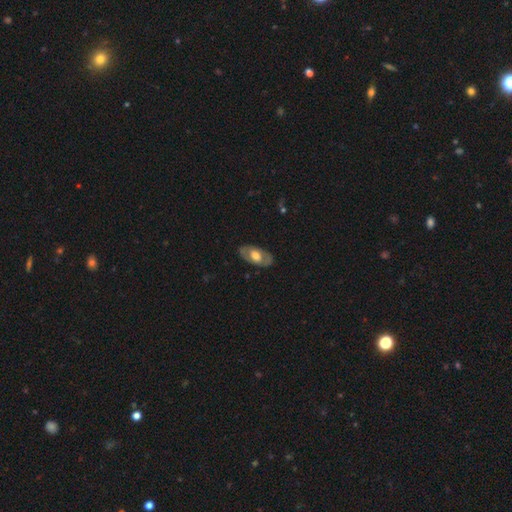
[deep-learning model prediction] Smooth or featured? Predicted: featured or disk (p=0.52). Edge-on disk? Predicted: no (p=0.86). Merging? Predicted: none (p=0.81).